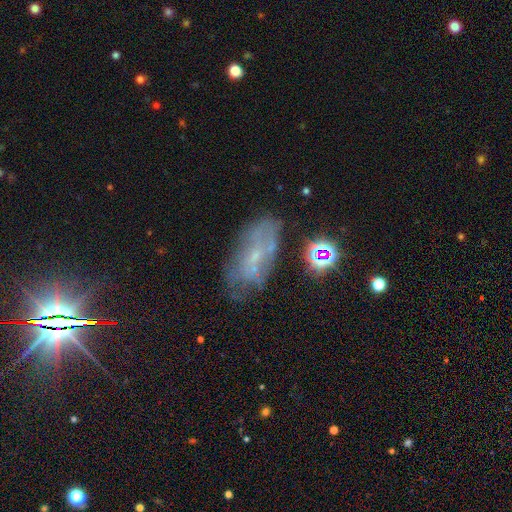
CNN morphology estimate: Overall: featured or disk (51%; smooth 32%). Edge-on disk: no (90%). Merging: none (53%; minor disturbance 24%).